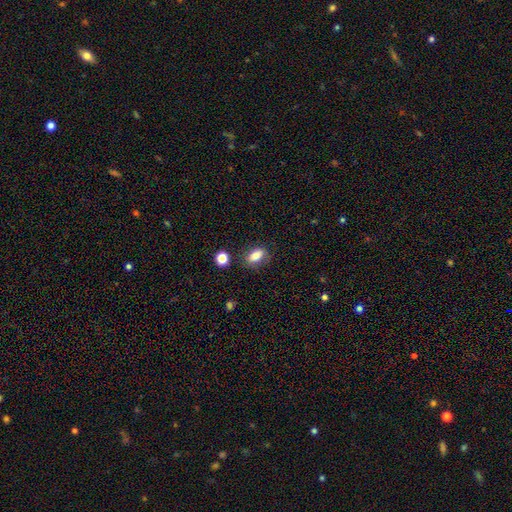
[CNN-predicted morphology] A smooth galaxy with no disk features (78%) that is in between round and cigar-shaped (85%).

Vote fractions:
- Smooth or featured? smooth: 78% / featured or disk: 13% / star or artifact: 9%
- How rounded? in between: 85% / round: 10% / cigar-shaped: 5%
- Merging? none: 79% / minor disturbance: 14% / major disturbance: 4% / merger: 4%